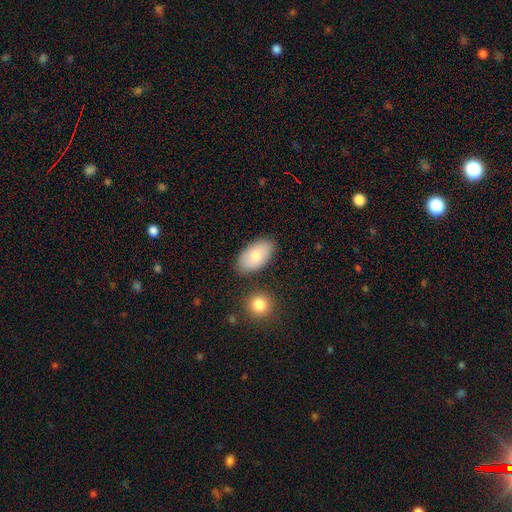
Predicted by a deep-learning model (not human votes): smooth-or-featured: smooth: 76% | featured or disk: 17% | star or artifact: 6%
  how-rounded: in between: 93% | round: 5% | cigar-shaped: 2%
  merging: none: 78% | minor disturbance: 13% | merger: 6% | major disturbance: 3%